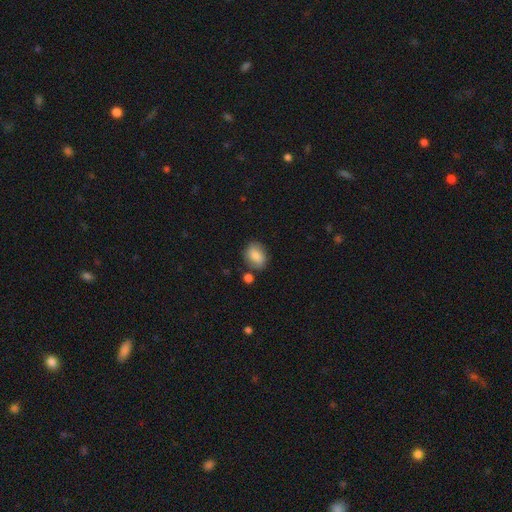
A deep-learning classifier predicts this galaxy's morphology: Smooth or featured: smooth — 83% (featured or disk — 10%)
How rounded: in between — 72% (round — 27%)
Merging: none — 74% (minor disturbance — 15%)